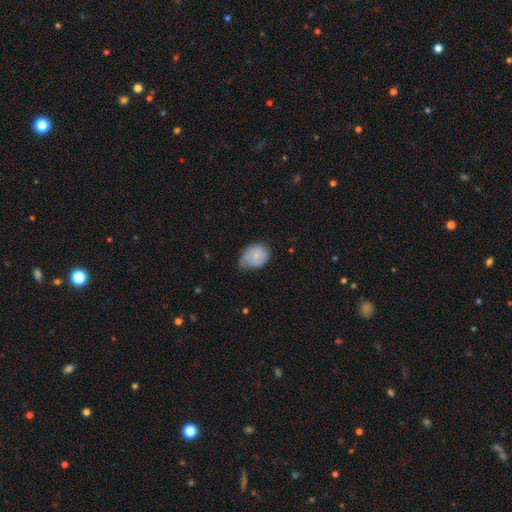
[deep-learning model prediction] Overall: smooth (65%; featured or disk 27%). How rounded: in between (64%; round 35%). Merging: minor disturbance (45%; none 38%).